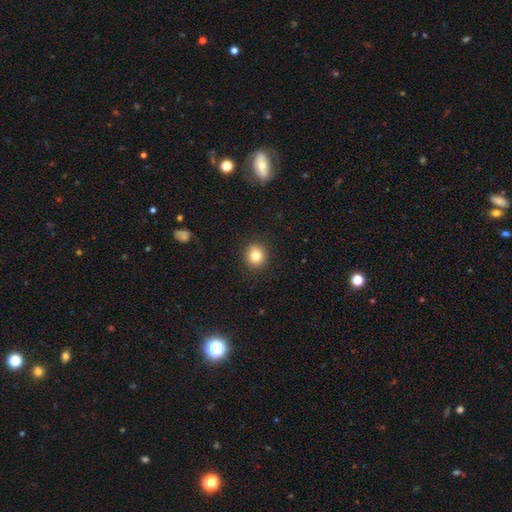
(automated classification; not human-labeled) A smooth galaxy with no disk features (82%) that is round (90%). Merging: none (91%).